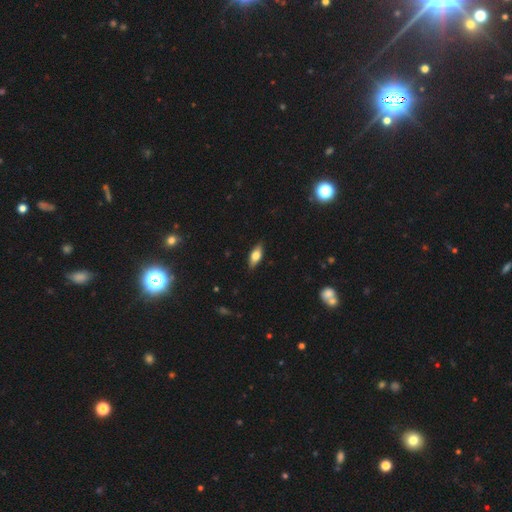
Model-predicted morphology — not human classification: Overall: smooth (60%; featured or disk 34%). How rounded: in between (74%). Merging: none (87%).